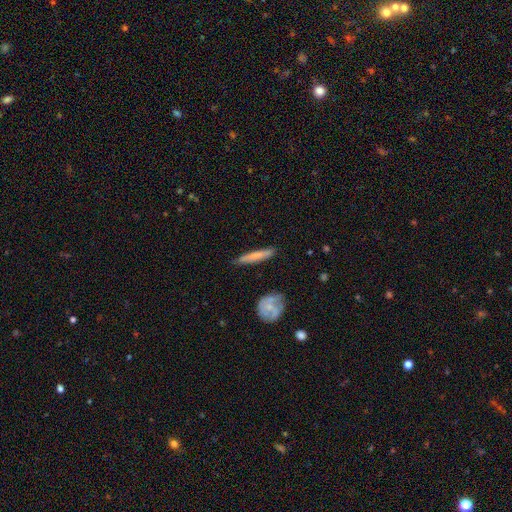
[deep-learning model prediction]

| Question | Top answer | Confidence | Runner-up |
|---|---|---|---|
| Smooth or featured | smooth | 63% | featured or disk (32%) |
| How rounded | cigar-shaped | 92% | in between (6%) |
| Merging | none | 81% | minor disturbance (14%) |